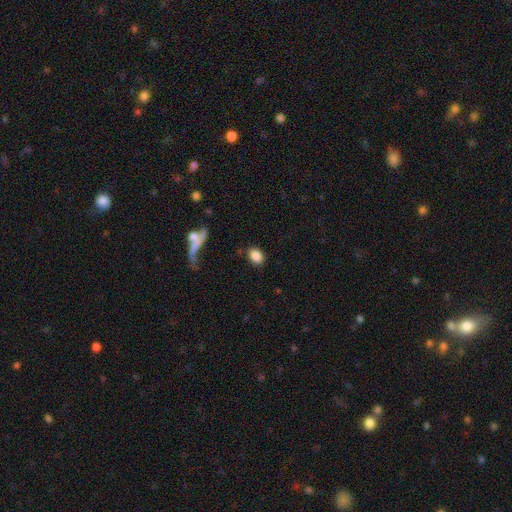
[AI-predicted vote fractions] Smooth or featured?
  - smooth: 85% *
  - star or artifact: 8%
  - featured or disk: 8%
How rounded?
  - in between: 77% *
  - round: 21%
  - cigar-shaped: 2%
Merging?
  - none: 78% *
  - minor disturbance: 12%
  - major disturbance: 6%
  - merger: 4%